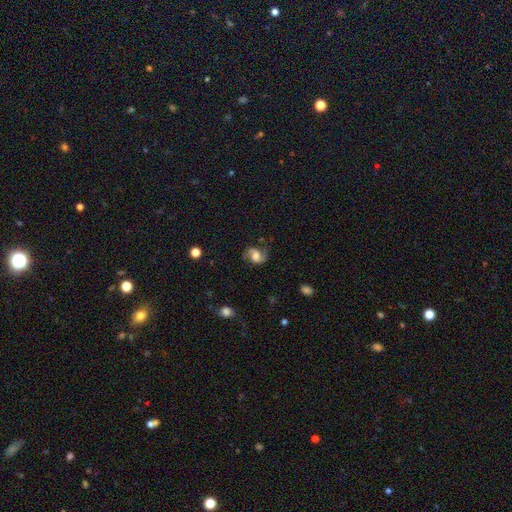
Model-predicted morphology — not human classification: Overall: featured or disk (61%; smooth 30%). Edge-on disk: no (97%). Bar: no (48%; weak 40%). Spiral arms: yes (91%). Spiral arm count: 2 (88%). Spiral winding: loose (47%; medium 41%). Bulge size: moderate (40%; large 34%). Merging: none (68%).